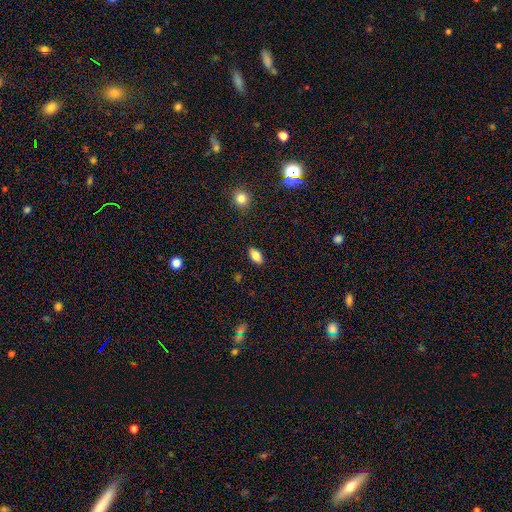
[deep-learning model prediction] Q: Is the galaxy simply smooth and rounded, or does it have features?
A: smooth — 84%.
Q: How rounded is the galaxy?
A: in between — 90%.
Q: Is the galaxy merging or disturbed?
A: none — 88%.